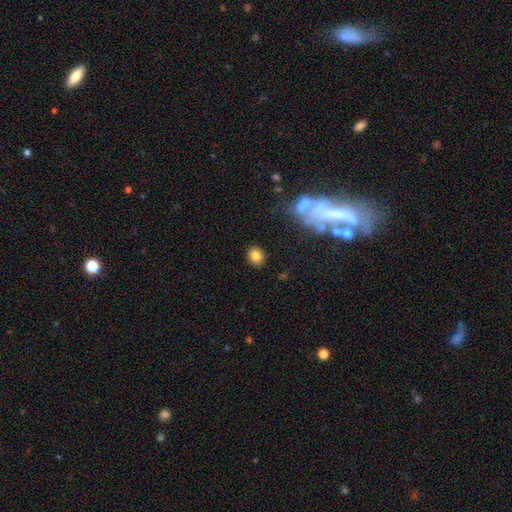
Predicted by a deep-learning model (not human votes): A smooth galaxy with no disk features (81%) that is round (63%). Merging: none (87%).